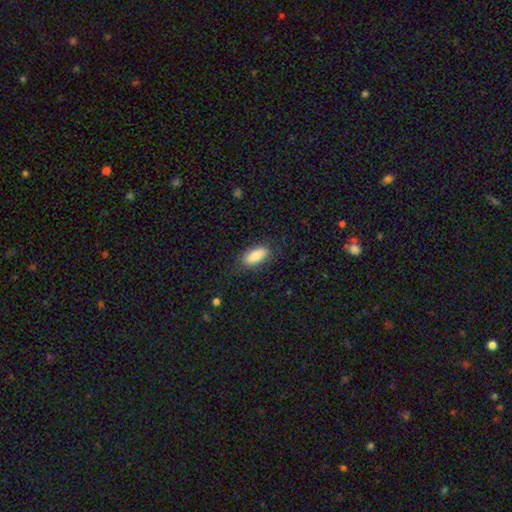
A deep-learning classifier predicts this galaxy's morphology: Smooth or featured?
  - smooth: 85% *
  - featured or disk: 9%
  - star or artifact: 7%
How rounded?
  - in between: 83% *
  - cigar-shaped: 14%
  - round: 2%
Merging?
  - none: 82% *
  - minor disturbance: 13%
  - major disturbance: 4%
  - merger: 1%